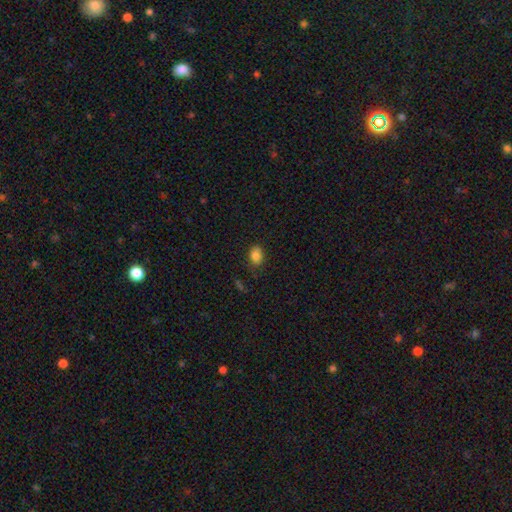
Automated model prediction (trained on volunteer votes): Smooth or featured? Predicted: smooth (p=0.83). How rounded? Predicted: in between (p=0.73). Merging? Predicted: none (p=0.76).